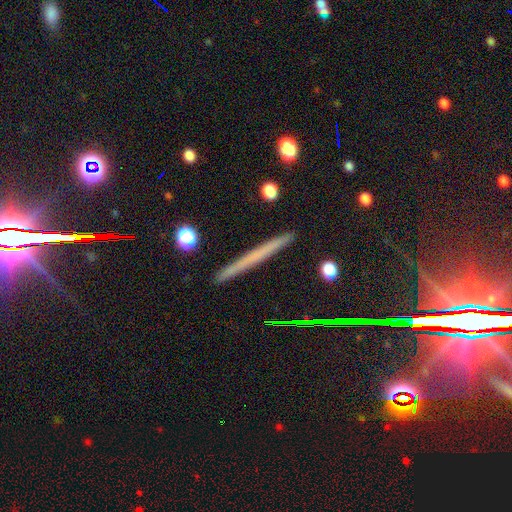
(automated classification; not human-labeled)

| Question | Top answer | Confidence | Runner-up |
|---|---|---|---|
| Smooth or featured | featured or disk | 49% | smooth (34%) |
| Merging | none | 89% | minor disturbance (8%) |